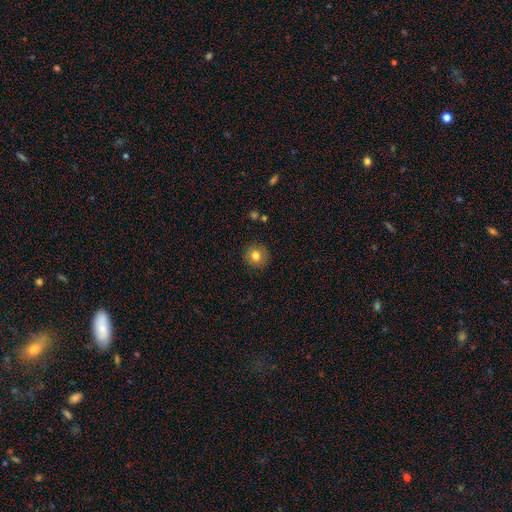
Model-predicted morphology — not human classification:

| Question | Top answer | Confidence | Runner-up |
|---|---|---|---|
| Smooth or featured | smooth | 79% | featured or disk (11%) |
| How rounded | round | 91% | in between (8%) |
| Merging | none | 90% | minor disturbance (7%) |